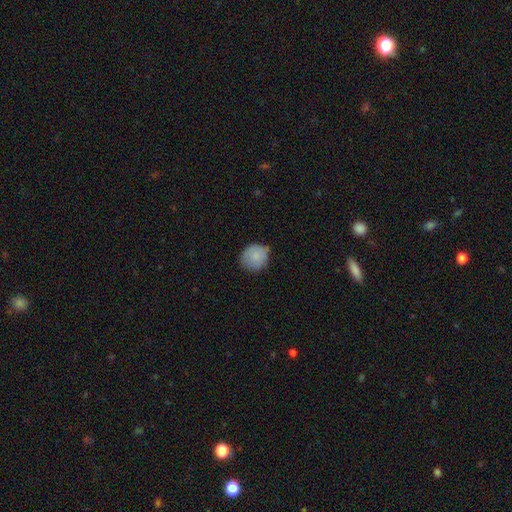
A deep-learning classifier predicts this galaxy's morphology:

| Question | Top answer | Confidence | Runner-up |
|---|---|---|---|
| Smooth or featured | smooth | 85% | featured or disk (8%) |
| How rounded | round | 78% | in between (22%) |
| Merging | none | 72% | minor disturbance (23%) |